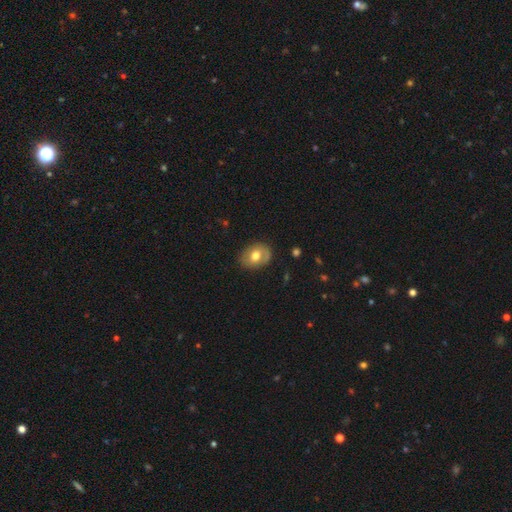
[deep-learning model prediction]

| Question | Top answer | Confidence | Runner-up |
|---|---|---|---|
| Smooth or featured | smooth | 66% | featured or disk (26%) |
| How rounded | in between | 58% | round (41%) |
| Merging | none | 80% | minor disturbance (15%) |